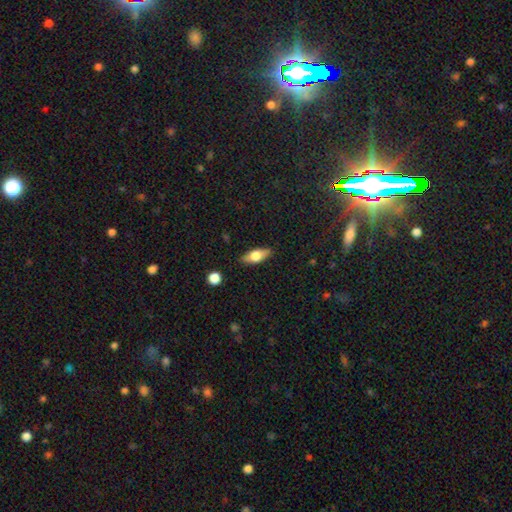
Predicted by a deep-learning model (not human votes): This is possibly a smooth galaxy (59%). How rounded: likely in between (75%). Merging: clearly none (86%).